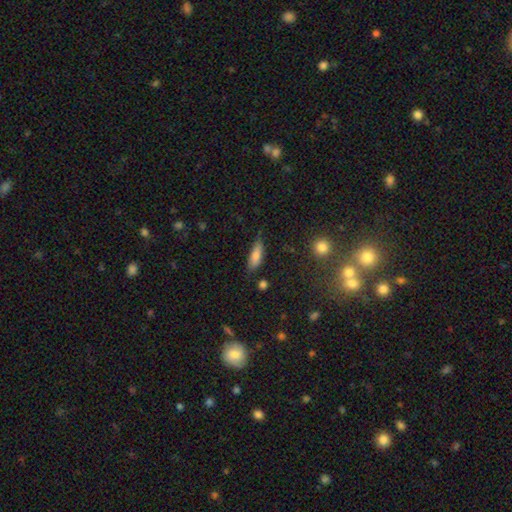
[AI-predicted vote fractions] A smooth galaxy with no disk features (79%) that is in between round and cigar-shaped (60%).

Vote fractions:
- Smooth or featured? smooth: 79% / featured or disk: 14% / star or artifact: 8%
- How rounded? in between: 60% / cigar-shaped: 38% / round: 2%
- Merging? none: 66% / minor disturbance: 26% / major disturbance: 5% / merger: 3%